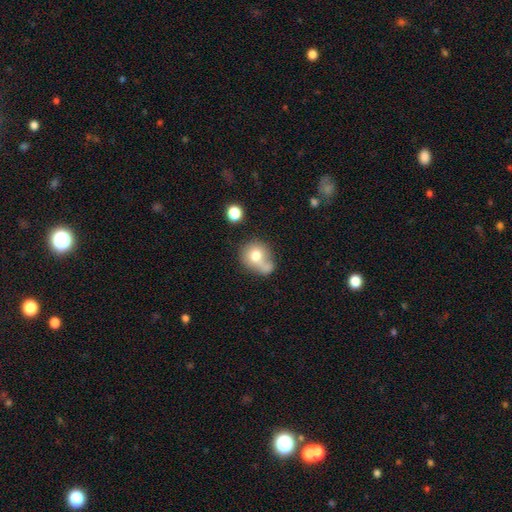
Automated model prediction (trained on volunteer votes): Smooth or featured?
  - smooth: 72% *
  - featured or disk: 18%
  - star or artifact: 9%
How rounded?
  - round: 70% *
  - in between: 29%
  - cigar-shaped: 1%
Merging?
  - merger: 36% *
  - none: 33%
  - minor disturbance: 18%
  - major disturbance: 13%